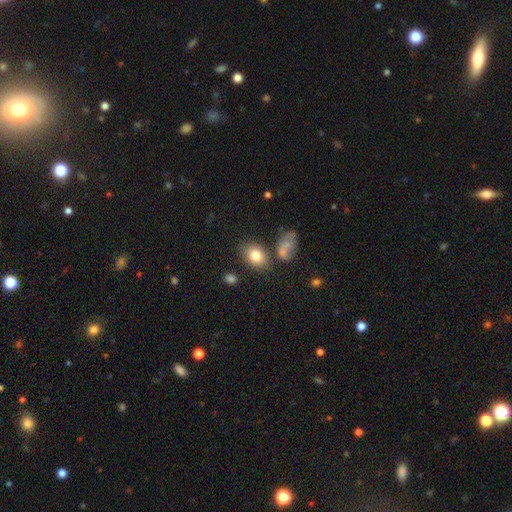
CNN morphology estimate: Overall: smooth (81%). How rounded: in between (70%). Merging: none (73%).